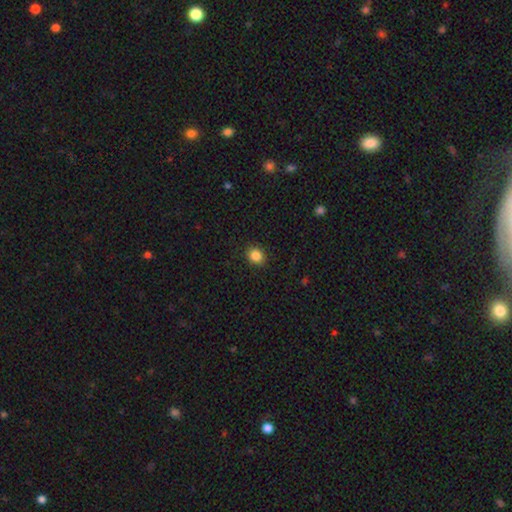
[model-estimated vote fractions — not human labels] Overall: smooth (86%). How rounded: round (65%; in between 34%). Merging: none (90%).